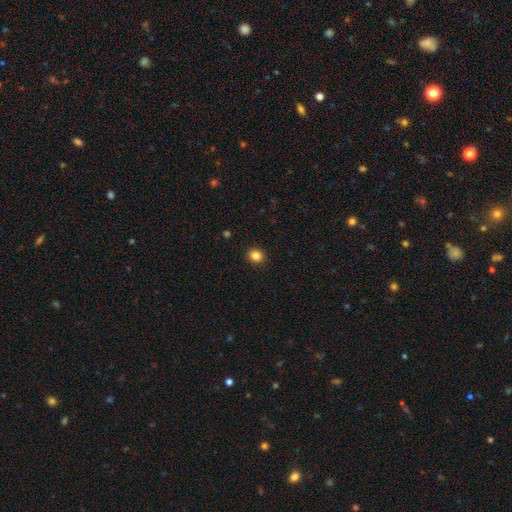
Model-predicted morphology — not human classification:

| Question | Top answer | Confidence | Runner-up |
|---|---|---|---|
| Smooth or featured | smooth | 85% | star or artifact (11%) |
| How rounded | round | 73% | in between (26%) |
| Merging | none | 91% | minor disturbance (6%) |